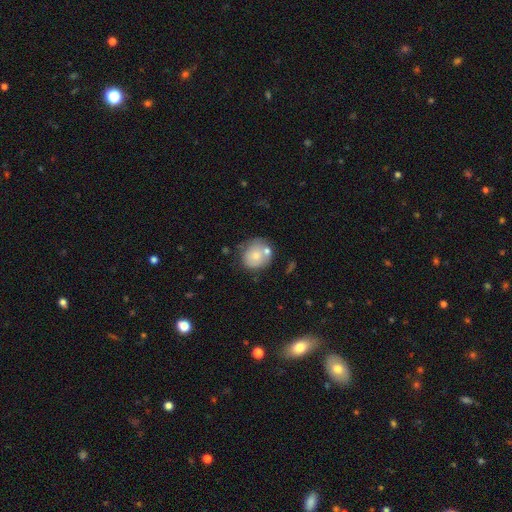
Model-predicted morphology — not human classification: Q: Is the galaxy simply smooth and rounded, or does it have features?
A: smooth — 69%.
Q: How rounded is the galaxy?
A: round — 79%.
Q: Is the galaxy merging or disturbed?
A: none — 51%.